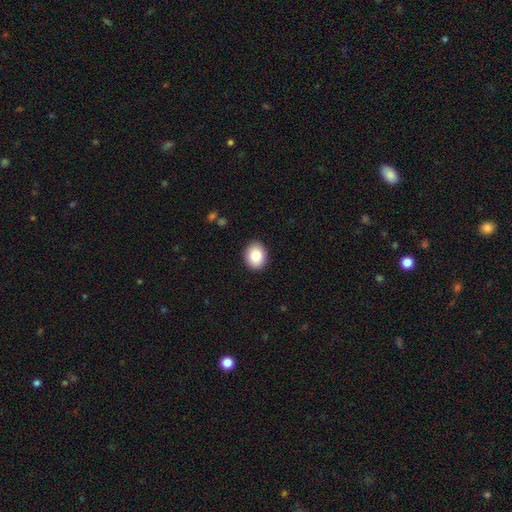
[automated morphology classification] A smooth galaxy with no disk features (84%) that is round (51%).

Vote fractions:
- Smooth or featured? smooth: 84% / star or artifact: 8% / featured or disk: 8%
- How rounded? round: 51% / in between: 49% / cigar-shaped: 1%
- Merging? none: 90% / minor disturbance: 7% / major disturbance: 2% / merger: 1%